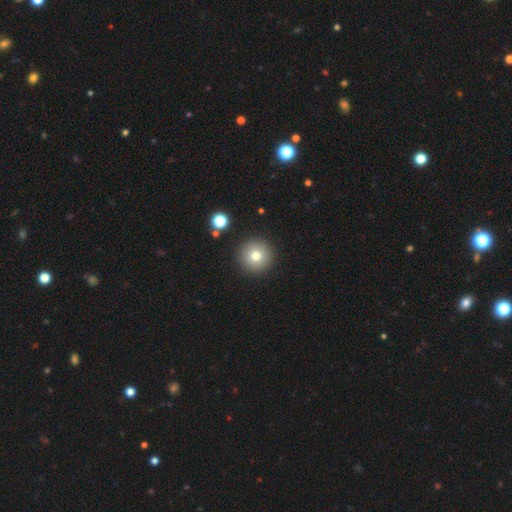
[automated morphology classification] Smooth or featured? smooth (76%)
How rounded? round (96%)
Merging? none (91%)